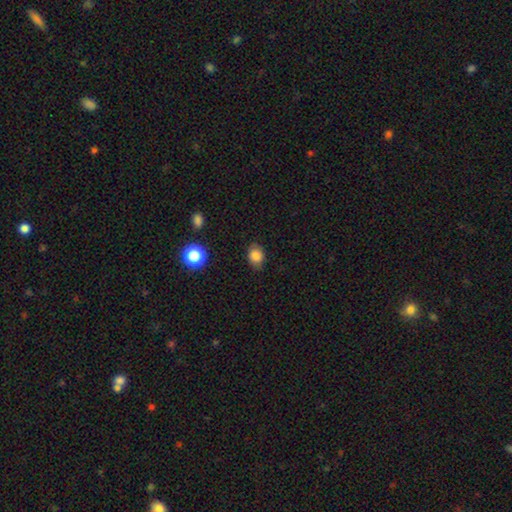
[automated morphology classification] Smooth or featured? Predicted: smooth (p=0.82). How rounded? Predicted: in between (p=0.59). Merging? Predicted: none (p=0.79).